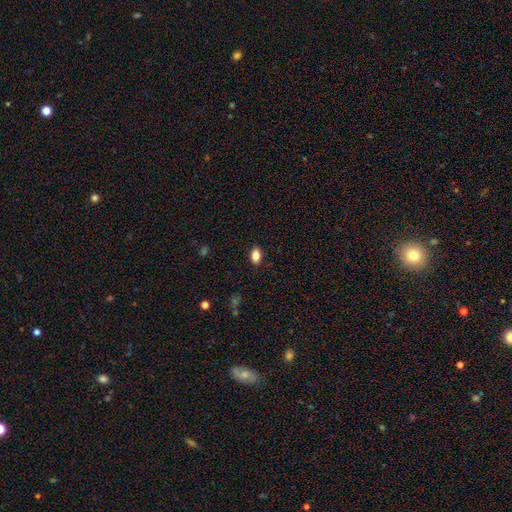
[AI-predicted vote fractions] A smooth galaxy with no disk features (84%) that is in between round and cigar-shaped (86%).

Vote fractions:
- Smooth or featured? smooth: 84% / star or artifact: 9% / featured or disk: 7%
- How rounded? in between: 86% / round: 12% / cigar-shaped: 2%
- Merging? none: 88% / minor disturbance: 9% / major disturbance: 2% / merger: 1%